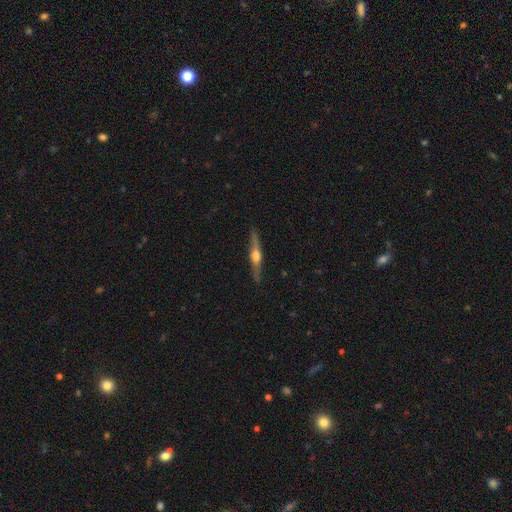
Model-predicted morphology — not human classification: smooth_or_featured: featured or disk (p=0.77) [alt: smooth p=0.18]
disk_edge_on: yes (p=0.98) [alt: no p=0.02]
edge_on_bulge: rounded (p=0.94) [alt: boxy p=0.04]
merging: none (p=0.89) [alt: minor disturbance p=0.08]